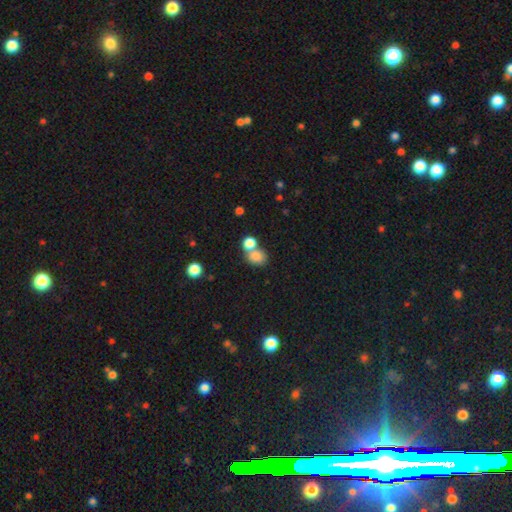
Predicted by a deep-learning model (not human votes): Smooth or featured?
  - smooth: 81% *
  - star or artifact: 11%
  - featured or disk: 8%
How rounded?
  - round: 59% *
  - in between: 40%
  - cigar-shaped: 1%
Merging?
  - merger: 46% *
  - none: 41%
  - minor disturbance: 9%
  - major disturbance: 4%